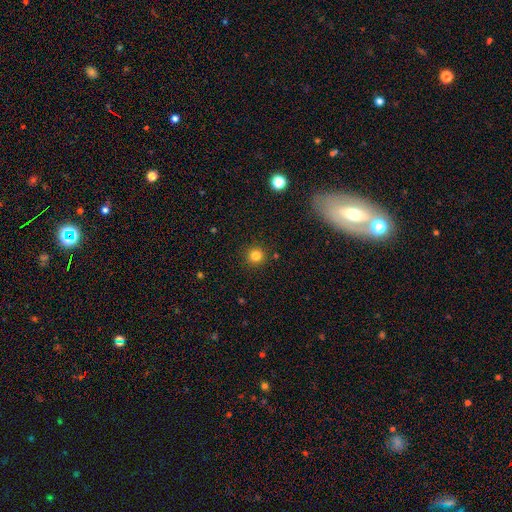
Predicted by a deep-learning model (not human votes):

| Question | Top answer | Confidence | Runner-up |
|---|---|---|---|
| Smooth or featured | smooth | 82% | star or artifact (13%) |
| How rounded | round | 94% | in between (5%) |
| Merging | none | 91% | minor disturbance (6%) |